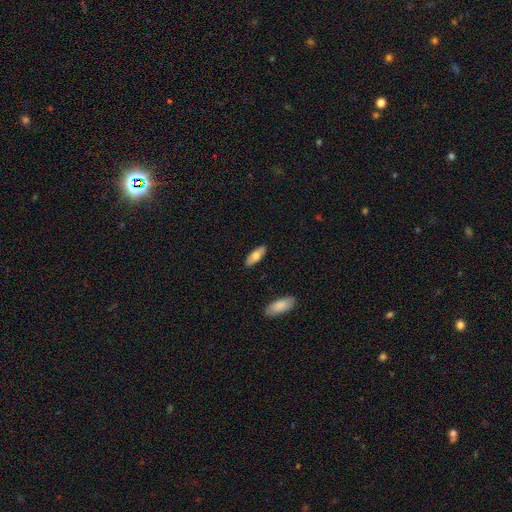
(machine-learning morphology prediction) Smooth or featured: smooth — 68% (featured or disk — 26%)
How rounded: in between — 72% (cigar-shaped — 26%)
Merging: none — 89% (minor disturbance — 8%)